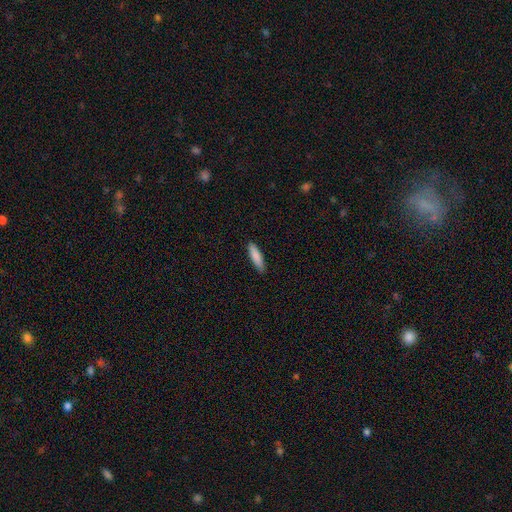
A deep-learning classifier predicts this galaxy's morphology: smooth 87%, featured or disk 8%, star or artifact 6%. Down the decision tree: how rounded — cigar-shaped (71%); merging — none (87%).